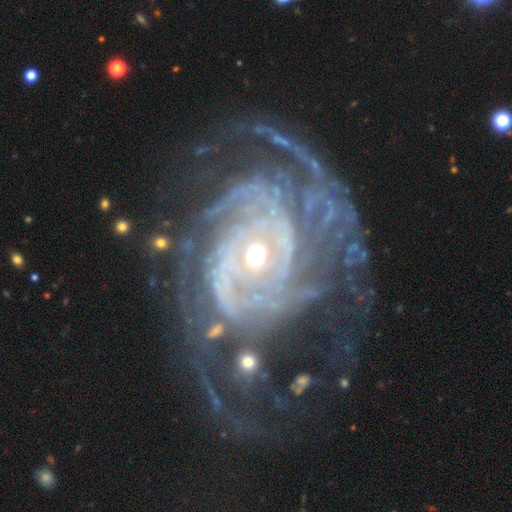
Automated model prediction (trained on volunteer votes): Morphology: type=featured or disk (91%); edge-on=no (97%); bar=no (64%); spiral arms=yes (97%); winding=tight (68%); arm count=can't tell (27%); bulge=small (57%); merging=none (51%).